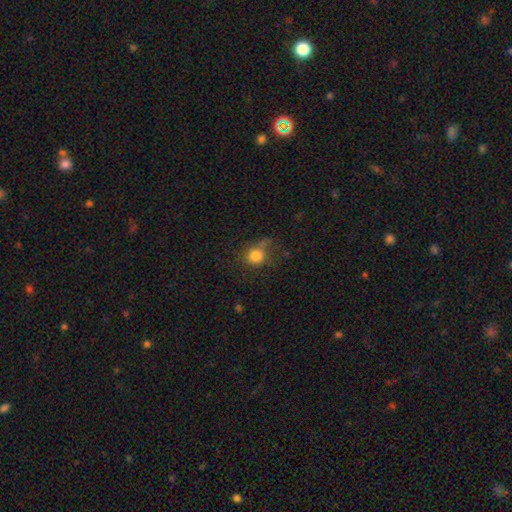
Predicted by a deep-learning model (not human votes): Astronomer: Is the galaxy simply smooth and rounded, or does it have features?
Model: smooth — 80%.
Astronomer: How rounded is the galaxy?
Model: round — 81%.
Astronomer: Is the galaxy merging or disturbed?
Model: none — 55%.